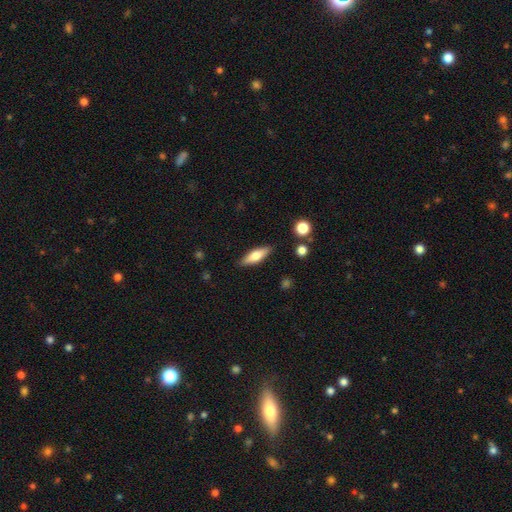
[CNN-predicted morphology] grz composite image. It shows a smooth galaxy with no disk features (58%) that is cigar-shaped (51%). Merging: none (87%).